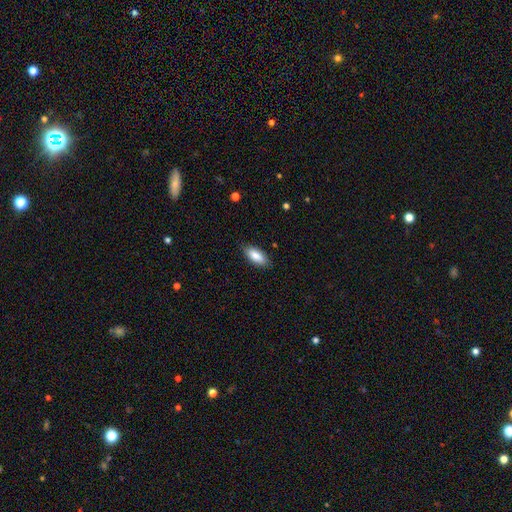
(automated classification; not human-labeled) smooth-or-featured: smooth: 87% | featured or disk: 7% | star or artifact: 6%
  how-rounded: in between: 85% | cigar-shaped: 13% | round: 2%
  merging: none: 85% | minor disturbance: 12% | major disturbance: 2% | merger: 1%